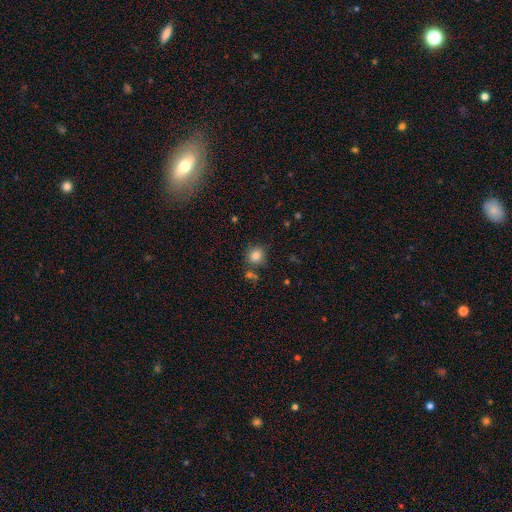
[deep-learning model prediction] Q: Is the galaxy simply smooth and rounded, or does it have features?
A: smooth — 82%.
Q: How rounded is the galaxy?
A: round — 87%.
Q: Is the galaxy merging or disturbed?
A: none — 78%.